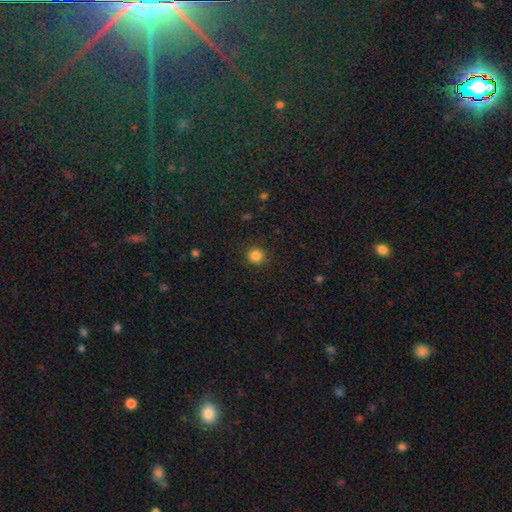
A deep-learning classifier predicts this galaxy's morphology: The model was most divided on "smooth or featured": smooth: 84%, star or artifact: 12%, featured or disk: 4%. More confident: how rounded — round (93%); merging — none (91%).